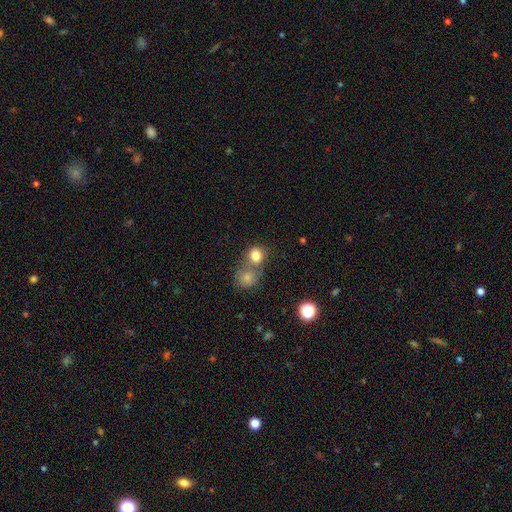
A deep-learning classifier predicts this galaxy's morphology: smooth_or_featured: smooth (p=0.80) [alt: star or artifact p=0.11]
how_rounded: round (p=0.76) [alt: in between p=0.23]
merging: merger (p=0.46) [alt: none p=0.41]